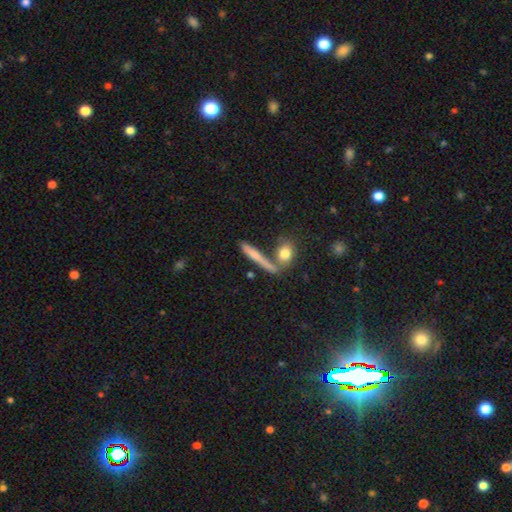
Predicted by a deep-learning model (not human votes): Overall: smooth (61%; featured or disk 29%). How rounded: cigar-shaped (76%). Merging: none (63%).